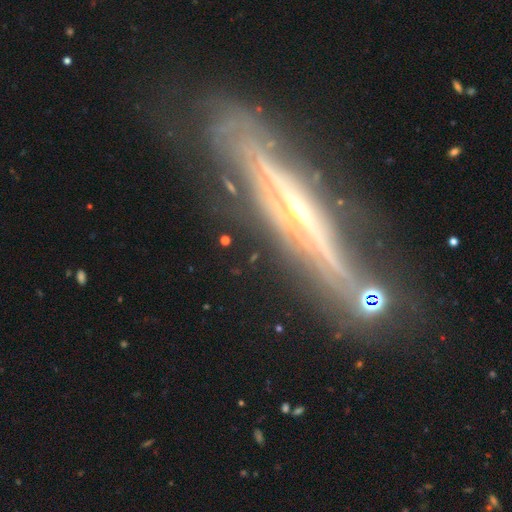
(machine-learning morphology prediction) Smooth or featured: featured or disk — 85% (smooth — 8%)
Edge-on disk: yes — 81% (no — 19%)
Edge-on bulge: rounded — 75% (none — 20%)
Merging: none — 63% (minor disturbance — 21%)